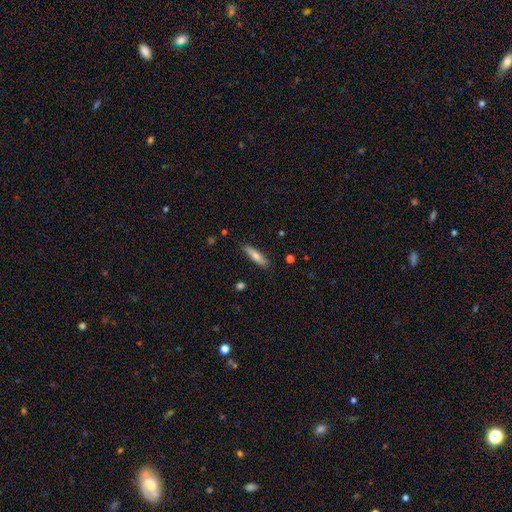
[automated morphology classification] The model was most divided on "smooth or featured": smooth: 67%, featured or disk: 27%, star or artifact: 6%. More confident: merging — none (85%); how rounded — cigar-shaped (76%).